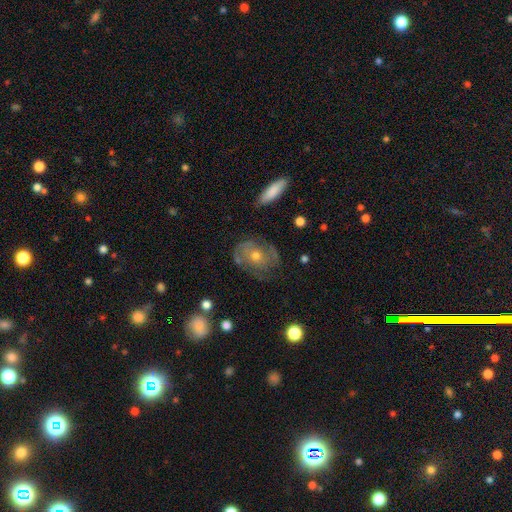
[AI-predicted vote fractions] This is likely a featured or disk galaxy (64%). It is clearly not viewed edge-on (94%). Bar: clearly no (82%). Spiral arm pattern: likely yes (69%). Central bulge: possibly moderate (55%). Merging: likely none (63%).